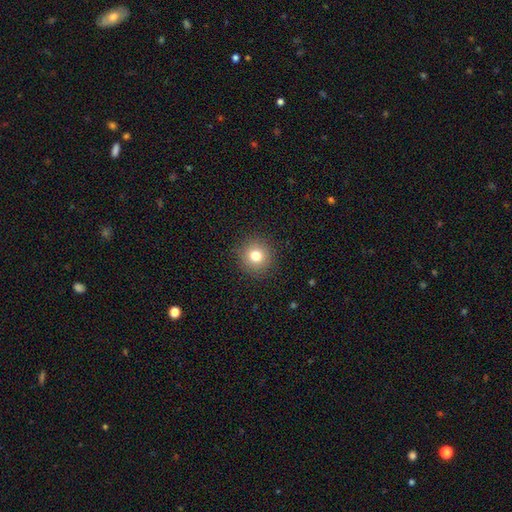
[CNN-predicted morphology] Smooth or featured?
  - smooth: 79% *
  - star or artifact: 12%
  - featured or disk: 9%
How rounded?
  - round: 94% *
  - in between: 5%
  - cigar-shaped: 1%
Merging?
  - none: 90% *
  - minor disturbance: 6%
  - major disturbance: 2%
  - merger: 1%